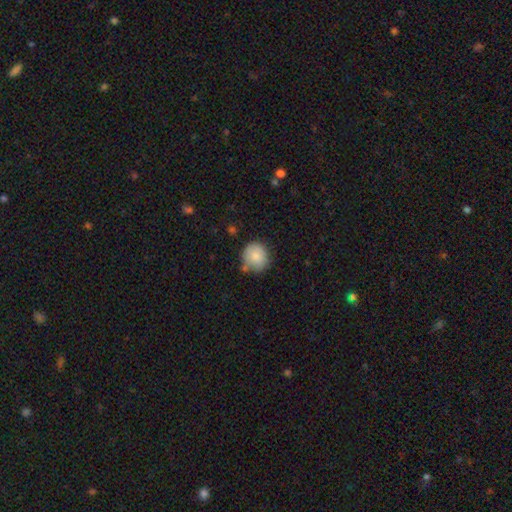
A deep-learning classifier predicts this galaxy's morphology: Q: Smooth or featured?
A: smooth (84%); runner-up: featured or disk (9%)
Q: How rounded?
A: round (89%); runner-up: in between (10%)
Q: Merging?
A: none (66%); runner-up: minor disturbance (22%)